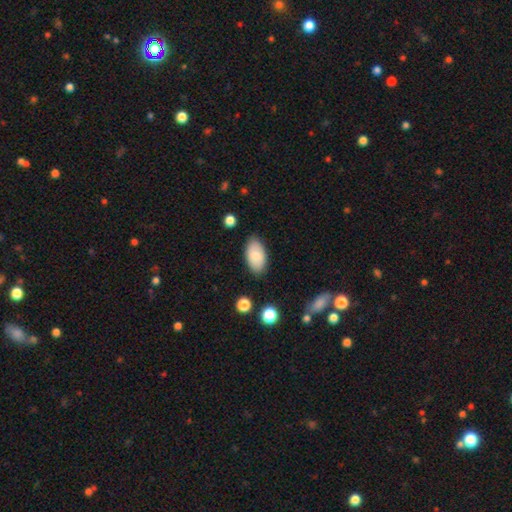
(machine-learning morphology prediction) Q: Smooth or featured?
A: smooth (80%); runner-up: featured or disk (14%)
Q: How rounded?
A: in between (95%); runner-up: round (3%)
Q: Merging?
A: none (83%); runner-up: minor disturbance (13%)